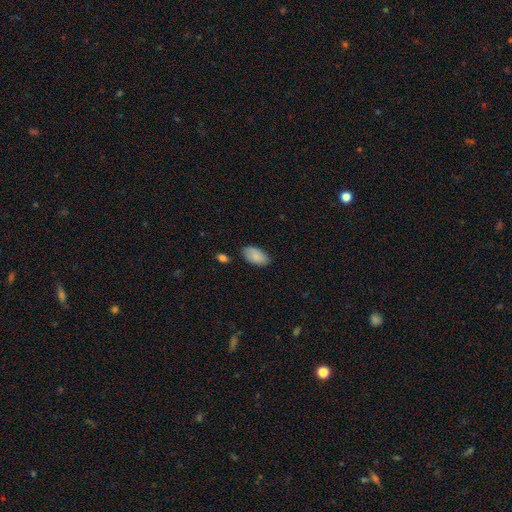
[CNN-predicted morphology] smooth 84%, featured or disk 9%, star or artifact 7%. Down the decision tree: how rounded — in between (94%); merging — none (76%).